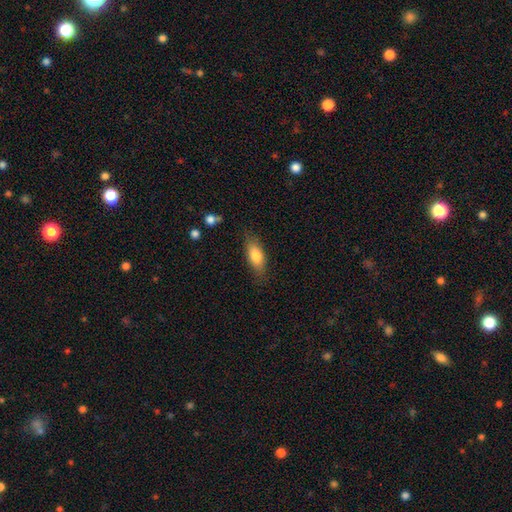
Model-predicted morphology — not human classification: Q: Smooth or featured?
A: smooth (79%); runner-up: featured or disk (14%)
Q: How rounded?
A: in between (76%); runner-up: cigar-shaped (21%)
Q: Merging?
A: none (79%); runner-up: minor disturbance (16%)